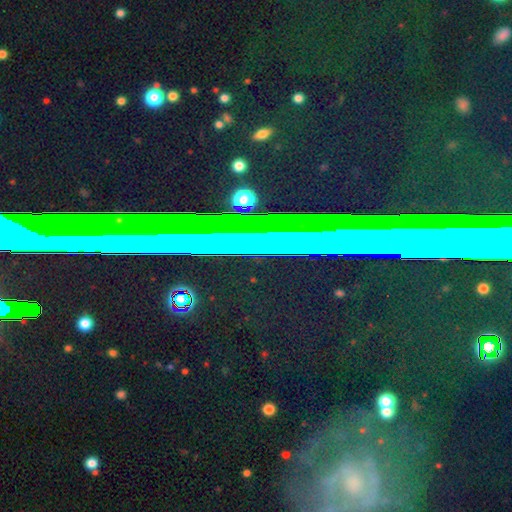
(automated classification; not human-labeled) A star or artifact, not a galaxy (77%).